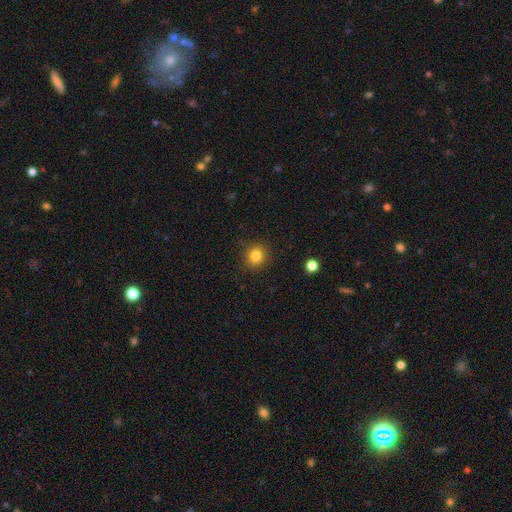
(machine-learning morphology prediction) Smooth or featured? smooth (83%)
How rounded? round (85%)
Merging? none (89%)